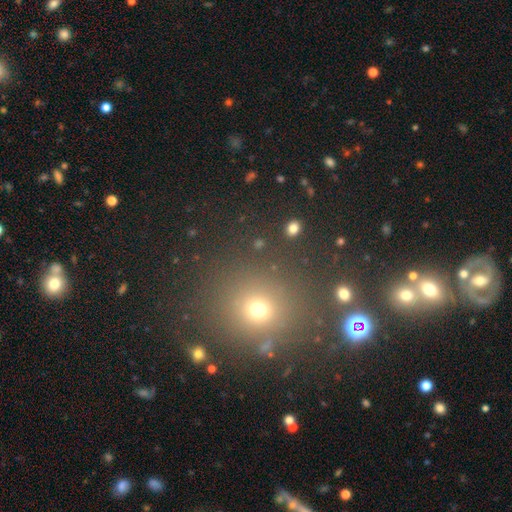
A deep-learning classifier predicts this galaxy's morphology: smooth-or-featured: smooth: 51% | star or artifact: 41% | featured or disk: 9%
  how-rounded: round: 90% | in between: 9% | cigar-shaped: 1%
  merging: none: 84% | minor disturbance: 8% | merger: 4% | major disturbance: 4%